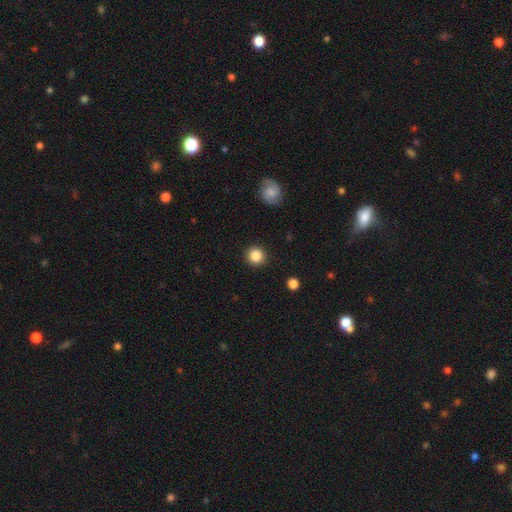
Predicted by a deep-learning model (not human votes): Smooth or featured?
  - smooth: 86% *
  - star or artifact: 10%
  - featured or disk: 5%
How rounded?
  - round: 93% *
  - in between: 7%
  - cigar-shaped: 1%
Merging?
  - none: 90% *
  - minor disturbance: 6%
  - major disturbance: 2%
  - merger: 1%